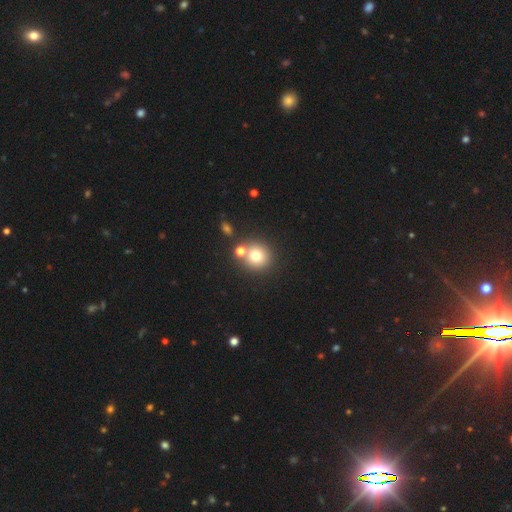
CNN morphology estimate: Overall: smooth (74%). How rounded: round (90%). Merging: none (66%).